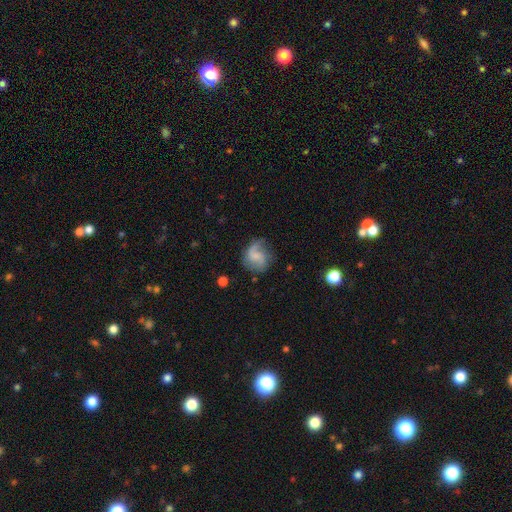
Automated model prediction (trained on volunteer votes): Smooth or featured: featured or disk — 62% (smooth — 30%)
Edge-on disk: no — 97% (yes — 3%)
Bar: no — 46% (weak — 44%)
Spiral arms: yes — 90% (no — 10%)
Spiral winding: loose — 52% (medium — 37%)
Spiral arm count: 2 — 70% (1 — 18%)
Bulge size: small — 38% (none — 37%)
Merging: none — 61% (minor disturbance — 23%)